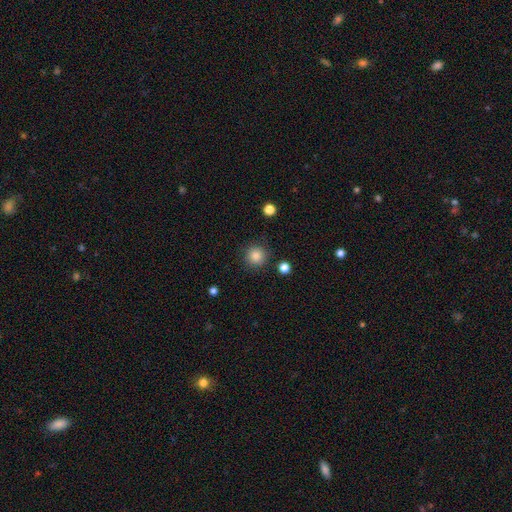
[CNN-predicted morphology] This appears to be a smooth galaxy with no disk features (85%) that is round (94%). Merging: none (88%).